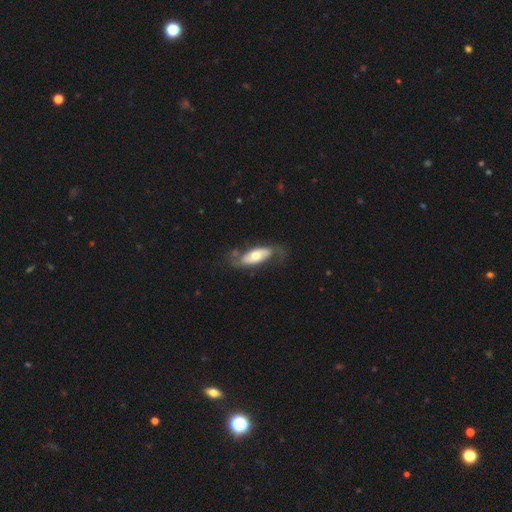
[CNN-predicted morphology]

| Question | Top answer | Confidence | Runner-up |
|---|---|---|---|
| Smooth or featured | featured or disk | 52% | smooth (43%) |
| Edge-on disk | no | 80% | yes (20%) |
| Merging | none | 57% | minor disturbance (24%) |